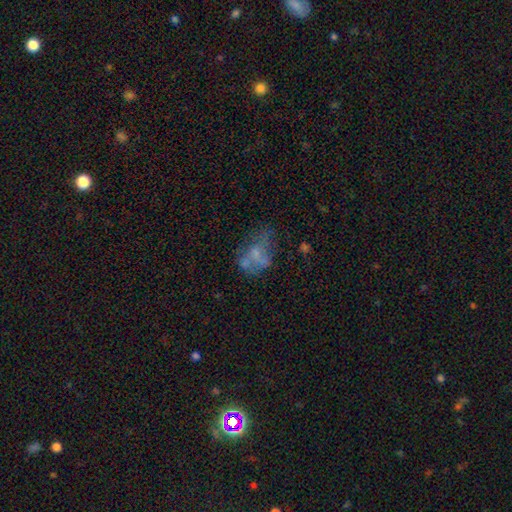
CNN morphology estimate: Overall: featured or disk (46%; smooth 38%). Merging: none (32%; major disturbance 30%).